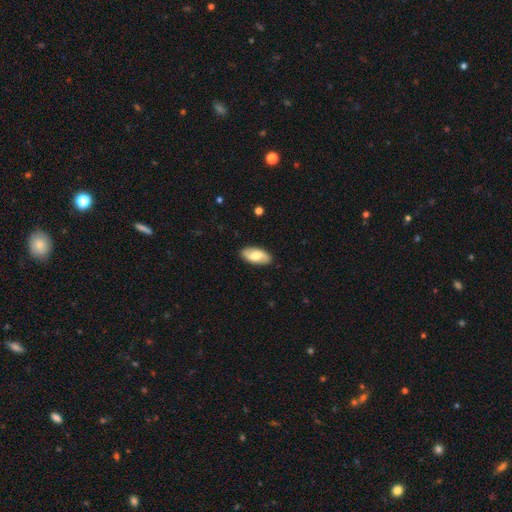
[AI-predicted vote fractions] Overall: featured or disk (50%; smooth 44%). Edge-on disk: no (91%). Merging: none (87%).